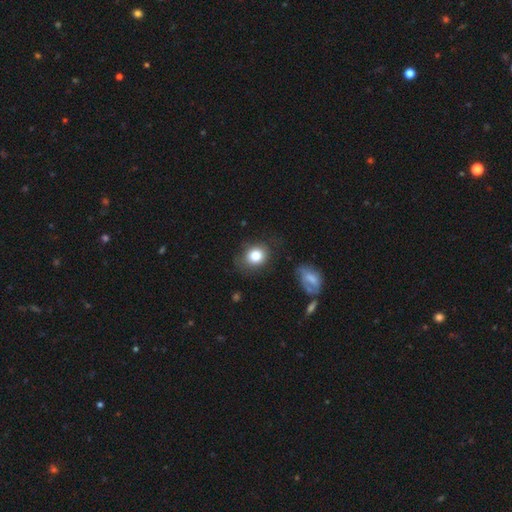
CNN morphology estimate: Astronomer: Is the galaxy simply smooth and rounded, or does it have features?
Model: smooth — 81%.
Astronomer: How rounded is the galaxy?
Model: round — 61% (runner-up: in between, 38%).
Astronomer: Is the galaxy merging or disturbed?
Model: none — 75%.